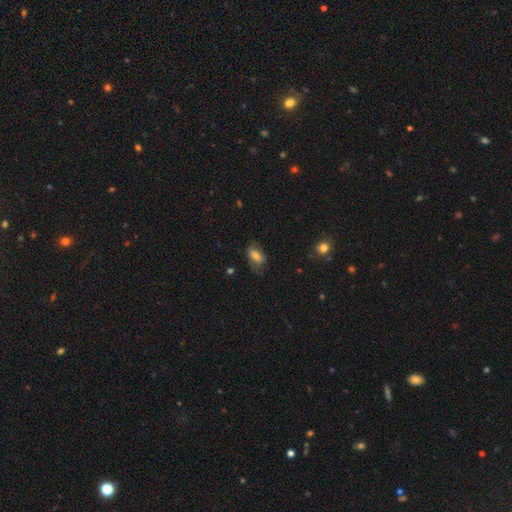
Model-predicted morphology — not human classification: This appears to be a smooth galaxy with no disk features (65%) that is in between round and cigar-shaped (87%). Merging: none (54%).